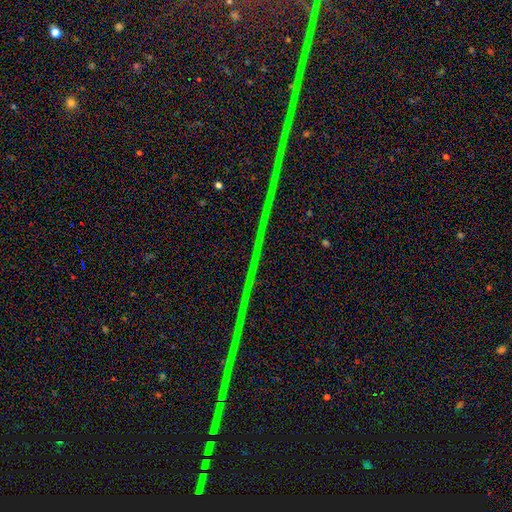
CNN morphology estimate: This is clearly a star or artifact rather than a galaxy (89%).